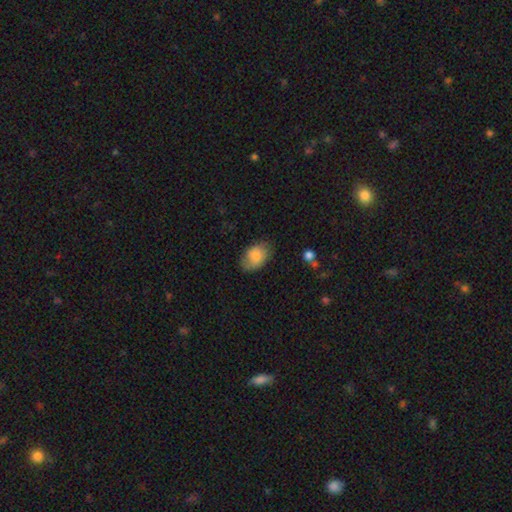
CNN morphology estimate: type=smooth (83%); roundness=in between (85%); merging=none (68%).